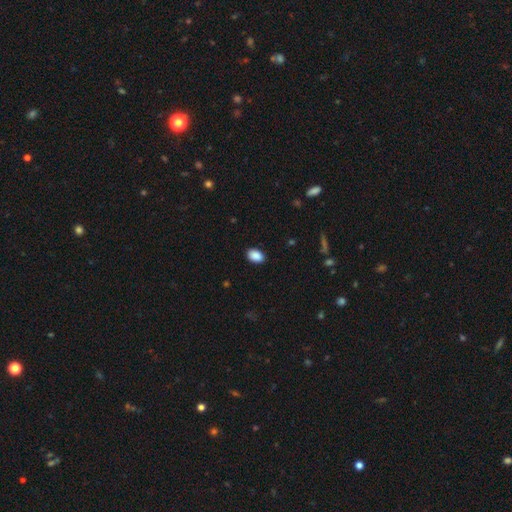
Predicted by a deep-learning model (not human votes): smooth-or-featured: smooth: 90% | star or artifact: 7% | featured or disk: 3%
  how-rounded: in between: 86% | round: 12% | cigar-shaped: 1%
  merging: none: 88% | minor disturbance: 9% | major disturbance: 2% | merger: 1%